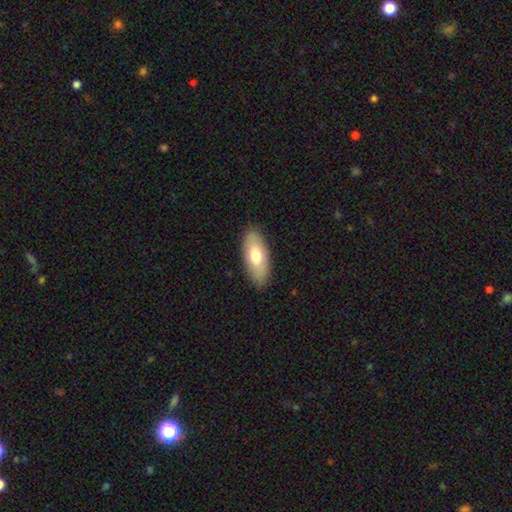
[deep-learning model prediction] A smooth galaxy with no disk features (69%) that is in between round and cigar-shaped (85%).

Vote fractions:
- Smooth or featured? smooth: 69% / featured or disk: 25% / star or artifact: 6%
- How rounded? in between: 85% / cigar-shaped: 13% / round: 3%
- Merging? none: 87% / minor disturbance: 10% / major disturbance: 2% / merger: 1%